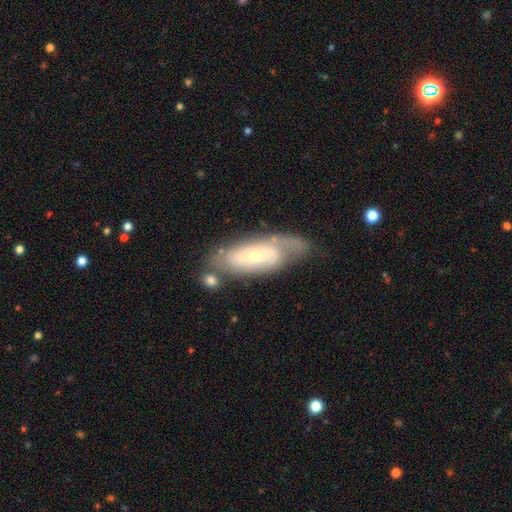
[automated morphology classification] Smooth or featured: featured or disk — 65% (smooth — 29%)
Edge-on disk: no — 86% (yes — 14%)
Bar: no — 51% (weak — 35%)
Spiral arms: yes — 80% (no — 20%)
Bulge size: small — 70% (moderate — 23%)
Merging: none — 57% (minor disturbance — 24%)